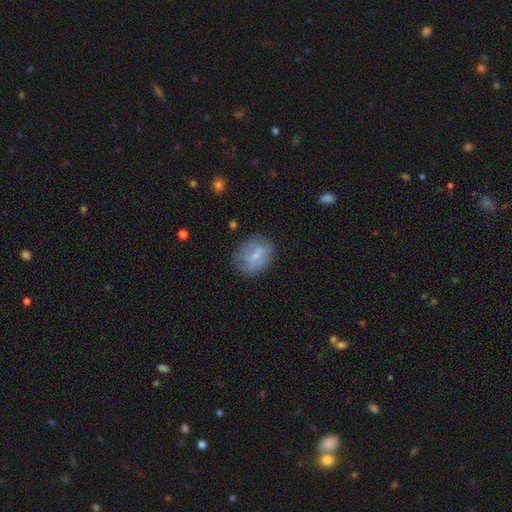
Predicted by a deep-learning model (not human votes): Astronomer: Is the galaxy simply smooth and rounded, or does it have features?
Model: smooth — 55% (runner-up: featured or disk, 36%).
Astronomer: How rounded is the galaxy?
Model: in between — 61% (runner-up: round, 36%).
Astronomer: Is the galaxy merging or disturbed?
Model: none — 67%.